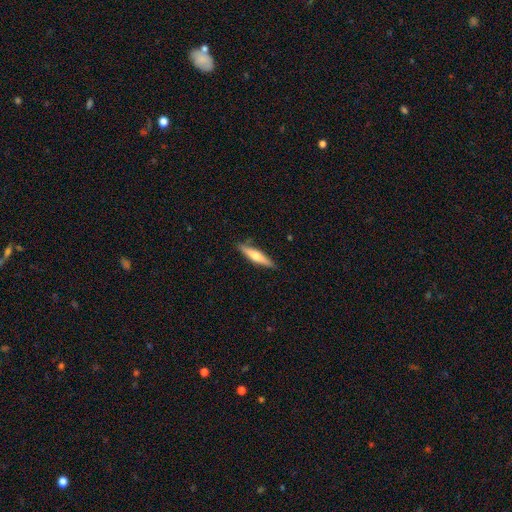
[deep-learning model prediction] This appears to be a smooth galaxy with no disk features (49%). Merging: none (87%).